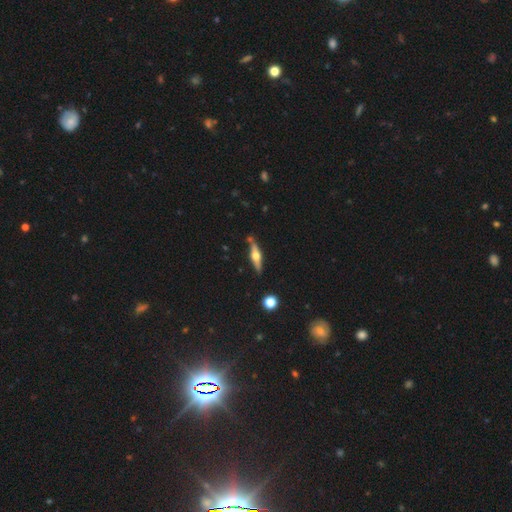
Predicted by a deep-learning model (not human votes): Smooth or featured? Predicted: featured or disk (p=0.68). Edge-on disk? Predicted: yes (p=0.95). Edge-on bulge? Predicted: rounded (p=0.94). Merging? Predicted: none (p=0.80).